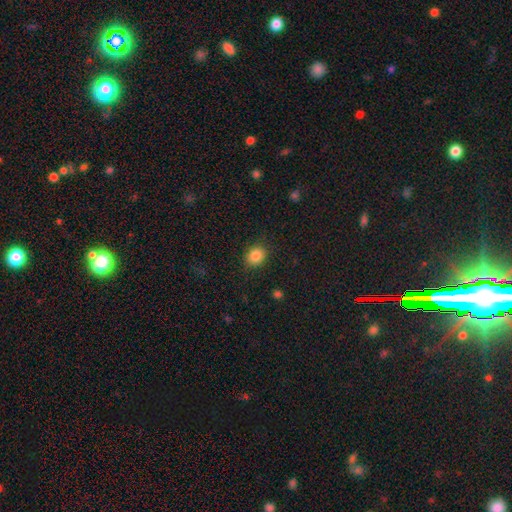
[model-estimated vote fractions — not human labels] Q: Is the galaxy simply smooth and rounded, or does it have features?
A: smooth — 86%.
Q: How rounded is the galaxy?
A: round — 55%.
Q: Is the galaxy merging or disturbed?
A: none — 87%.